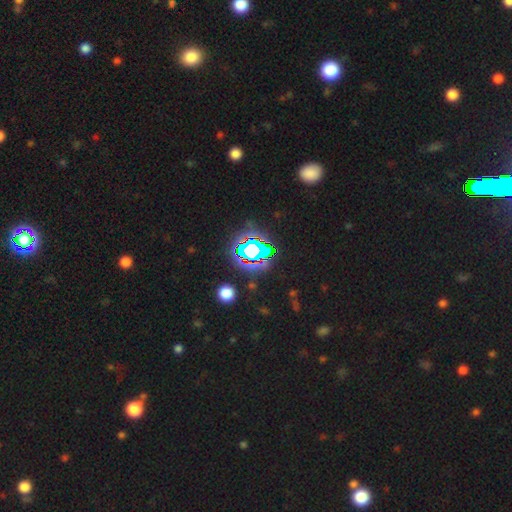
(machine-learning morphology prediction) Smooth or featured? Predicted: star or artifact (p=0.70).